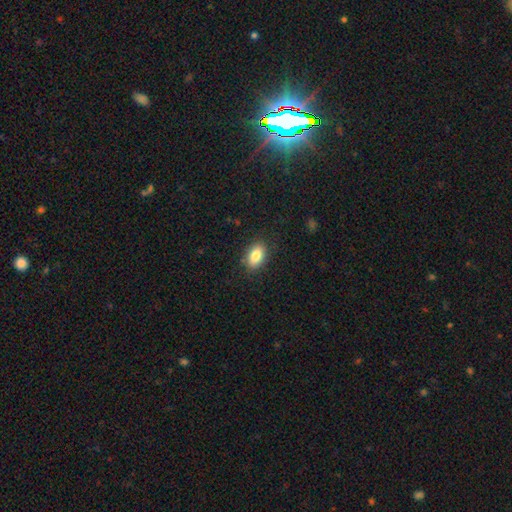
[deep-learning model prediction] The model was most divided on "merging": none: 86%, minor disturbance: 10%, major disturbance: 3%, merger: 1%. More confident: how rounded — in between (89%); smooth or featured — smooth (85%).